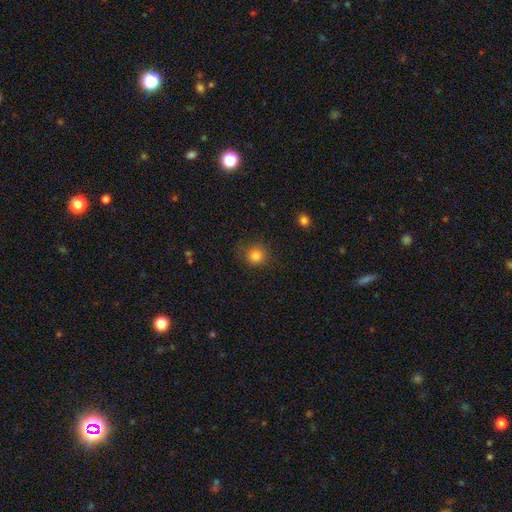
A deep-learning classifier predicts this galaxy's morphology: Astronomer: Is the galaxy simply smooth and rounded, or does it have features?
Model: smooth — 82%.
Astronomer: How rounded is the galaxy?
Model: round — 89%.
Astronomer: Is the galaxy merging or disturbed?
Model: none — 79%.